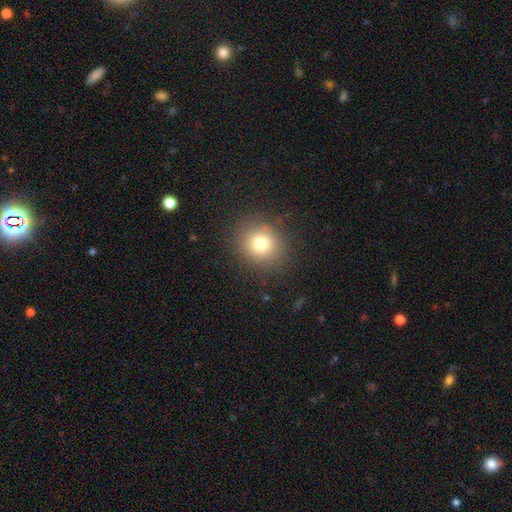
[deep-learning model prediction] Q: Smooth or featured?
A: smooth (71%); runner-up: star or artifact (23%)
Q: How rounded?
A: round (86%); runner-up: in between (13%)
Q: Merging?
A: none (92%); runner-up: minor disturbance (5%)